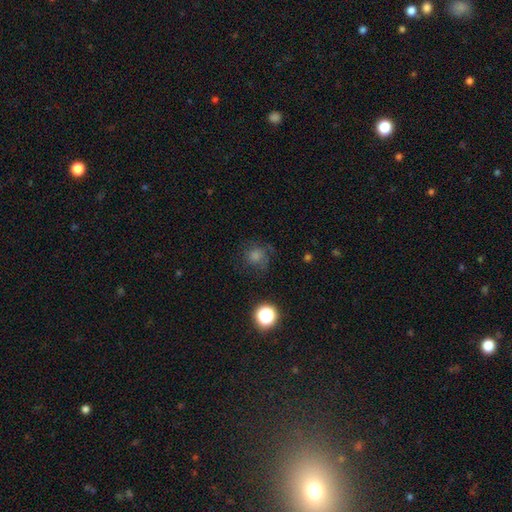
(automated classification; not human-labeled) This is possibly a smooth galaxy (50%). Merging: likely none (71%).